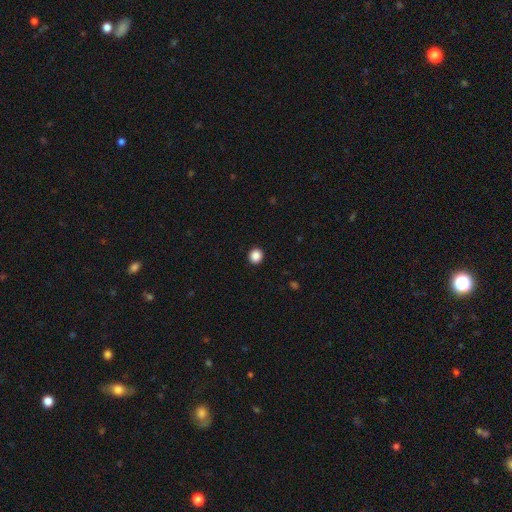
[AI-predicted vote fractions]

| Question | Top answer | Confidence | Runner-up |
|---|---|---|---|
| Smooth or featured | smooth | 88% | star or artifact (10%) |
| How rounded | round | 92% | in between (7%) |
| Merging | none | 93% | minor disturbance (4%) |